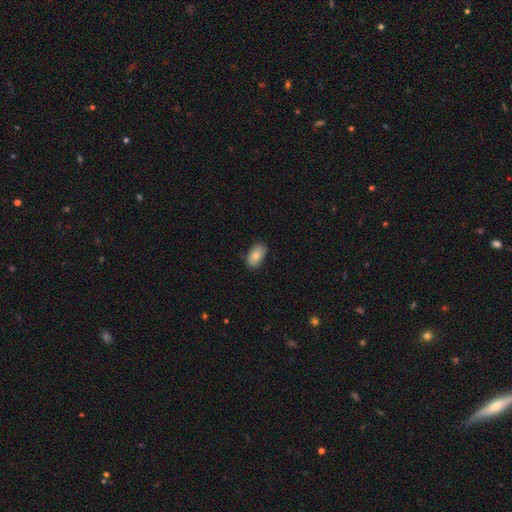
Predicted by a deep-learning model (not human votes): A smooth galaxy with no disk features (84%) that is in between round and cigar-shaped (93%).

Vote fractions:
- Smooth or featured? smooth: 84% / featured or disk: 10% / star or artifact: 7%
- How rounded? in between: 93% / round: 5% / cigar-shaped: 2%
- Merging? none: 83% / minor disturbance: 14% / major disturbance: 2% / merger: 1%